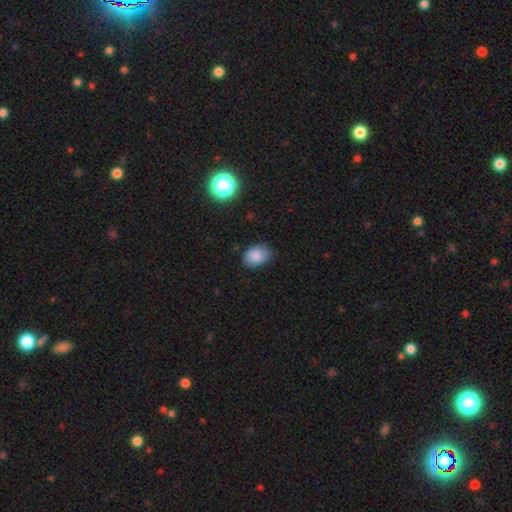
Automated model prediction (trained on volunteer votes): Smooth or featured?
  - smooth: 84% *
  - star or artifact: 9%
  - featured or disk: 7%
How rounded?
  - in between: 78% *
  - round: 21%
  - cigar-shaped: 1%
Merging?
  - none: 78% *
  - minor disturbance: 17%
  - major disturbance: 3%
  - merger: 1%